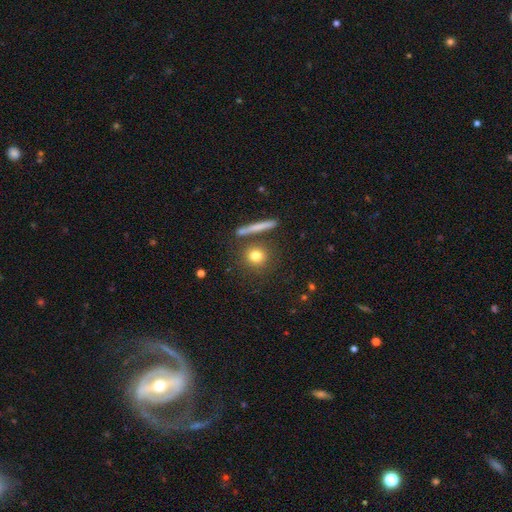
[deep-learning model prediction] Q: Smooth or featured?
A: smooth (76%); runner-up: featured or disk (13%)
Q: How rounded?
A: round (83%); runner-up: in between (10%)
Q: Merging?
A: none (80%); runner-up: minor disturbance (9%)